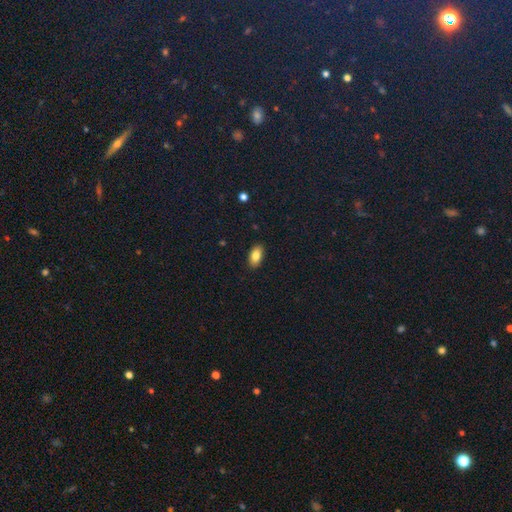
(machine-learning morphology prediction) This appears to be a smooth galaxy with no disk features (84%) that is in between round and cigar-shaped (92%). Merging: none (89%).